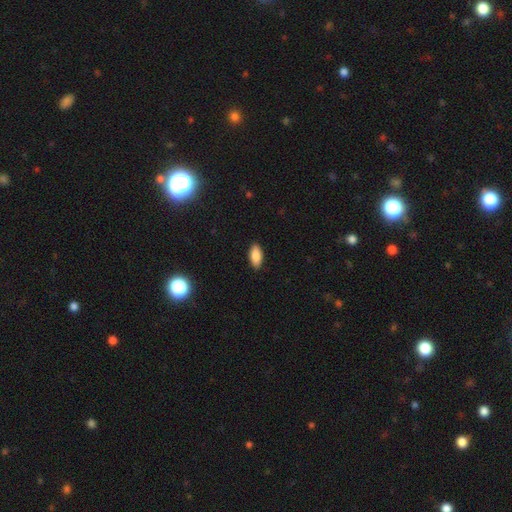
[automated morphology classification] Smooth or featured? Predicted: smooth (p=0.87). How rounded? Predicted: in between (p=0.89). Merging? Predicted: none (p=0.89).